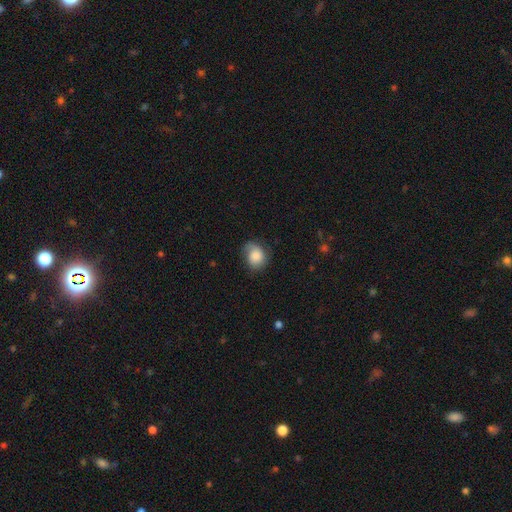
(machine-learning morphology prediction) Smooth or featured: smooth — 75% (featured or disk — 17%)
How rounded: round — 58% (in between — 41%)
Merging: none — 56% (minor disturbance — 30%)